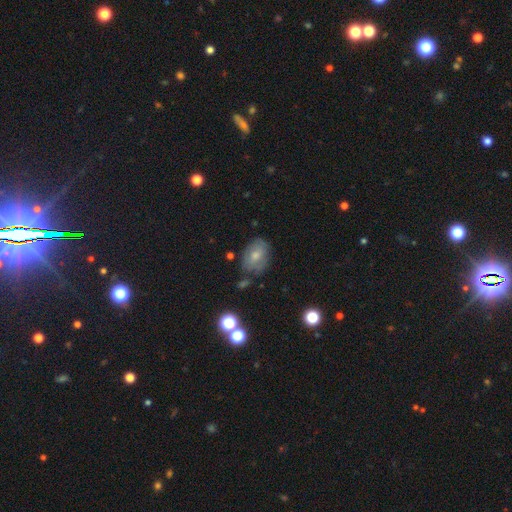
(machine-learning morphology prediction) Q: Smooth or featured?
A: smooth (63%); runner-up: featured or disk (28%)
Q: How rounded?
A: in between (79%); runner-up: round (20%)
Q: Merging?
A: none (64%); runner-up: minor disturbance (24%)